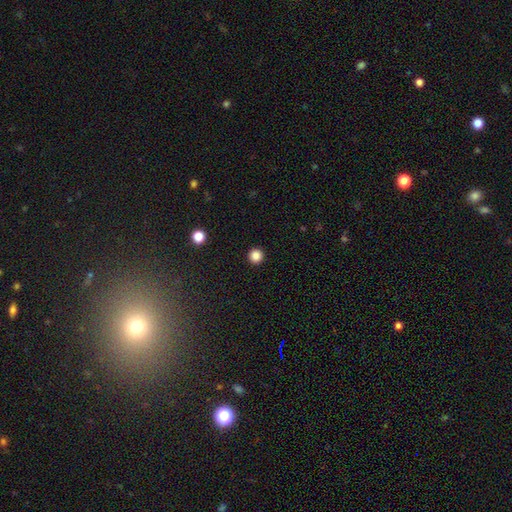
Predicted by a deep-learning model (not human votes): A smooth galaxy with no disk features (85%) that is round (96%).

Vote fractions:
- Smooth or featured? smooth: 85% / star or artifact: 12% / featured or disk: 3%
- How rounded? round: 96% / in between: 3% / cigar-shaped: 1%
- Merging? none: 94% / minor disturbance: 4% / major disturbance: 2% / merger: 1%